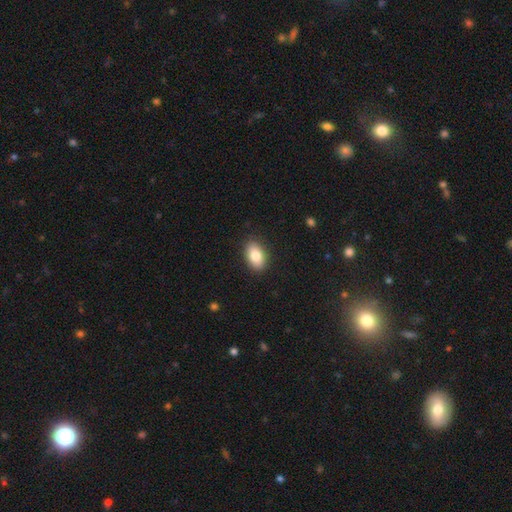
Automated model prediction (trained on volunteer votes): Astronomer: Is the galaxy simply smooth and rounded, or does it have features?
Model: smooth — 83%.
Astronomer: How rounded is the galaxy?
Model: in between — 91%.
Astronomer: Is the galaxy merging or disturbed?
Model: none — 89%.